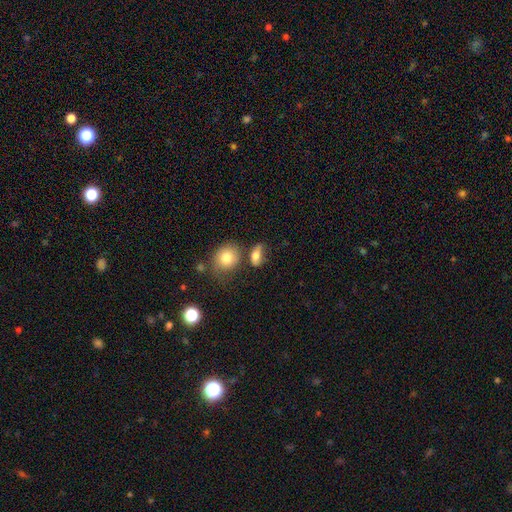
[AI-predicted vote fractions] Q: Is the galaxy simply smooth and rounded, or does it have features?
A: smooth — 75%.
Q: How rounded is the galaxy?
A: in between — 71%.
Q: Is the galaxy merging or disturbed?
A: none — 56%.